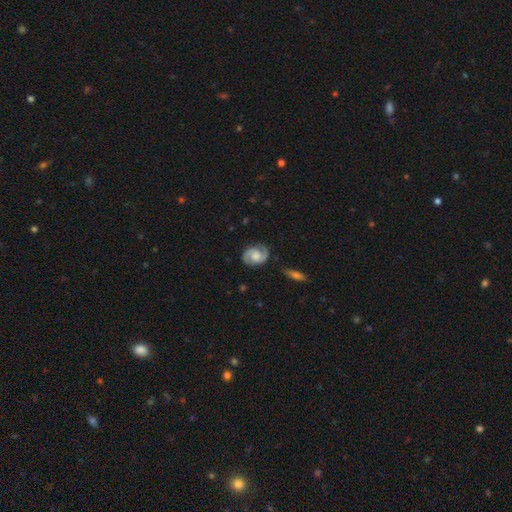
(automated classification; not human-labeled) A featured or disk galaxy (84%) with no bar (59%), 2 (93%) medium (50%) spiral arms (97%) and a moderate central bulge (50%). Merging: none (83%).